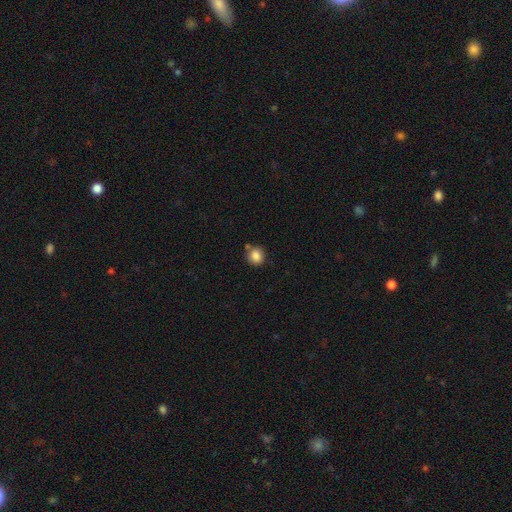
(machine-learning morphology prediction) Smooth or featured? Predicted: smooth (p=0.85). How rounded? Predicted: round (p=0.90). Merging? Predicted: none (p=0.73).